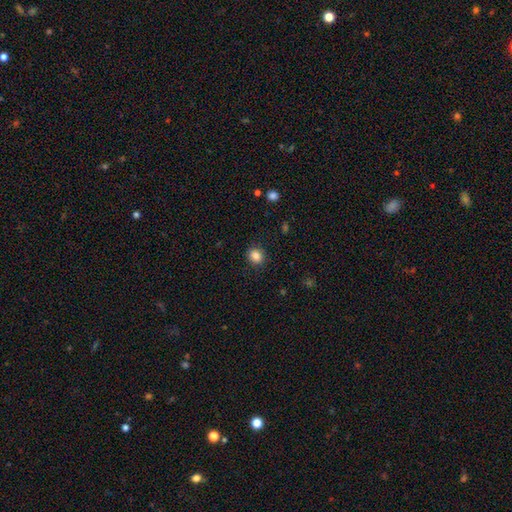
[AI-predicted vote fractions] Smooth or featured? smooth (85%)
How rounded? round (72%)
Merging? none (88%)